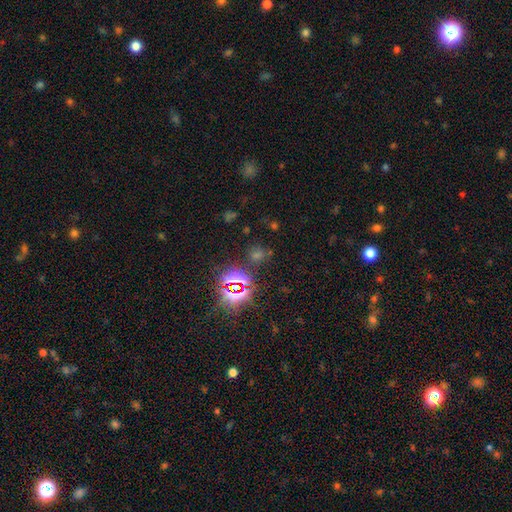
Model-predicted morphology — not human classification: star or artifact 63%, smooth 30%, featured or disk 7%.